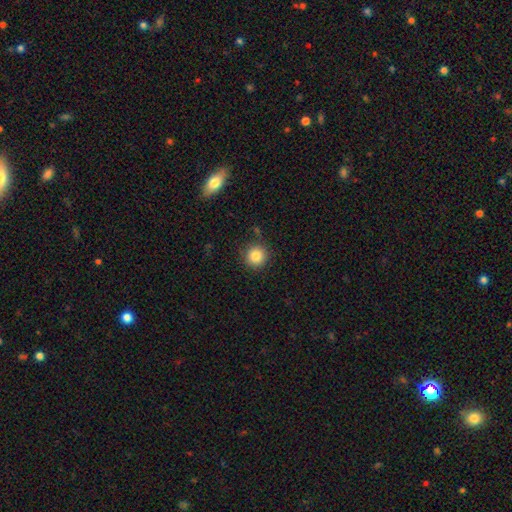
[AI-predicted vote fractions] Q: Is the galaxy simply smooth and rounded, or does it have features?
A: smooth — 84%.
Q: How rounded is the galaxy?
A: round — 94%.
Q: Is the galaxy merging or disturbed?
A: none — 86%.